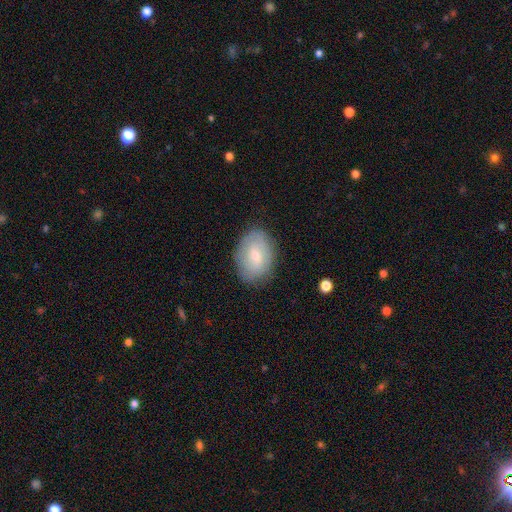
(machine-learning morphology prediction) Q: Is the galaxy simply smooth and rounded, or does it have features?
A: smooth — 57%.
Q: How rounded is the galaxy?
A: in between — 77%.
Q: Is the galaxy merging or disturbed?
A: none — 81%.